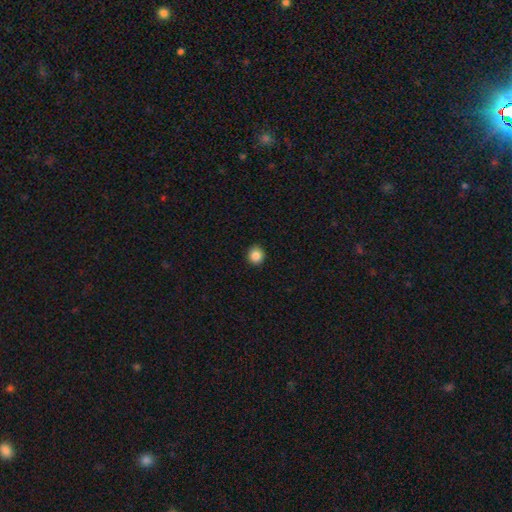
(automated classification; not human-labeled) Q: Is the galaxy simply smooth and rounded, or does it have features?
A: smooth — 86%.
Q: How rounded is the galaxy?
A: round — 87%.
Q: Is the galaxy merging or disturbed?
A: none — 92%.